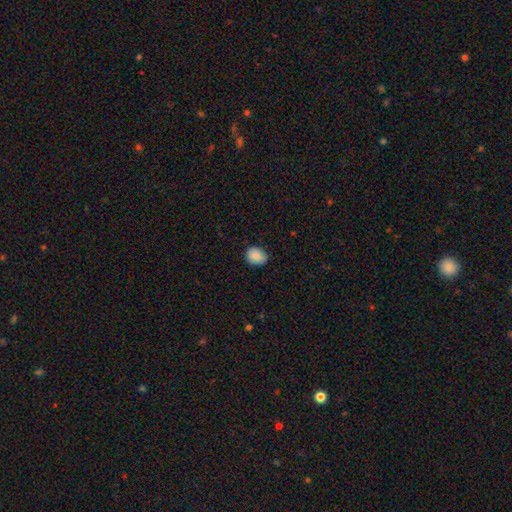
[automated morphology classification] This appears to be a smooth galaxy with no disk features (88%) that is round (52%). Merging: none (83%).